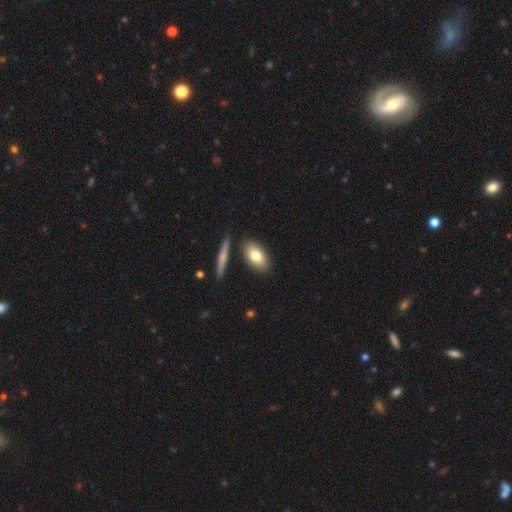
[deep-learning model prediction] smooth-or-featured: smooth: 77% | featured or disk: 17% | star or artifact: 6%
  how-rounded: in between: 87% | cigar-shaped: 7% | round: 6%
  merging: none: 82% | minor disturbance: 10% | merger: 6% | major disturbance: 2%